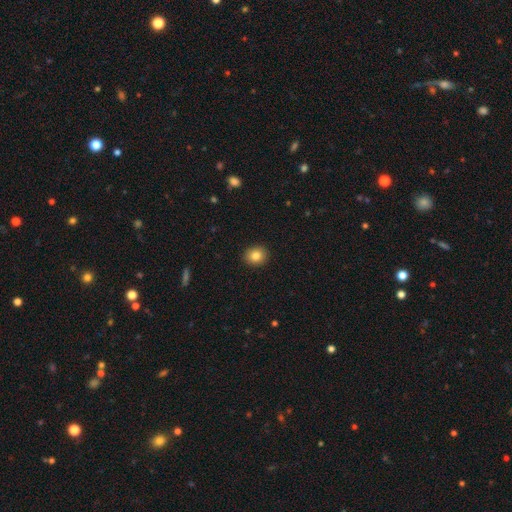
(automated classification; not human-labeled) This is clearly a smooth galaxy (83%). How rounded: likely round (73%). Merging: clearly none (92%).